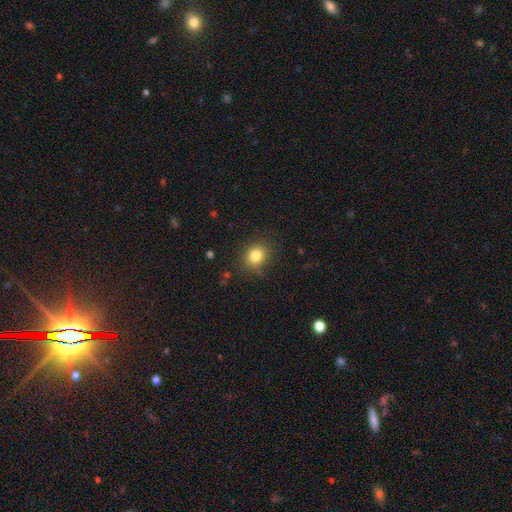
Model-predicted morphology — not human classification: This appears to be a smooth galaxy with no disk features (82%) that is round (73%). Merging: none (85%).